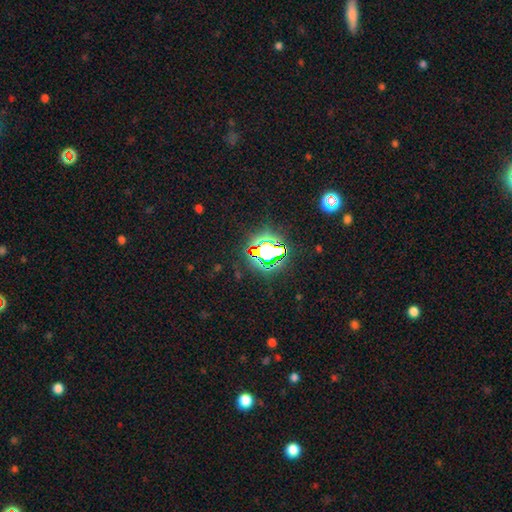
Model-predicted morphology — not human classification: type=star or artifact (78%).